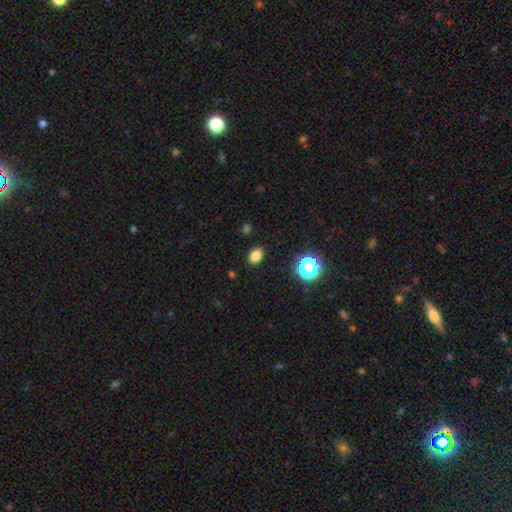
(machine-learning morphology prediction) Smooth or featured? smooth (82%)
How rounded? in between (75%)
Merging? none (88%)